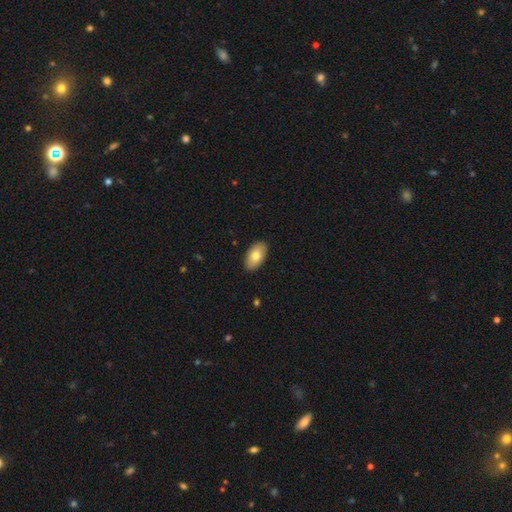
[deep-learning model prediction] Overall: smooth (75%). How rounded: in between (94%). Merging: none (89%).